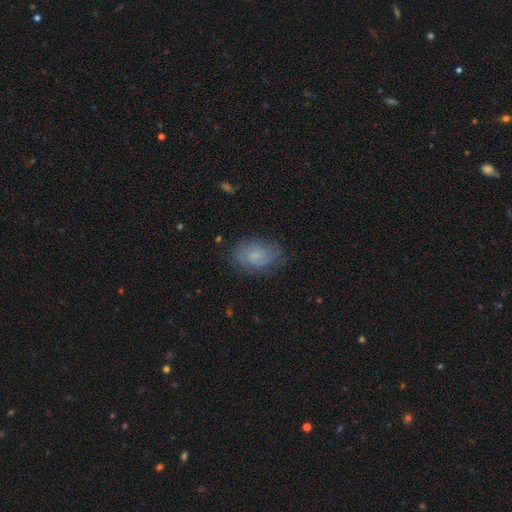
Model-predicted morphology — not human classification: smooth_or_featured: smooth (p=0.59) [alt: featured or disk p=0.31]
how_rounded: in between (p=0.85) [alt: round p=0.14]
merging: none (p=0.69) [alt: minor disturbance p=0.21]